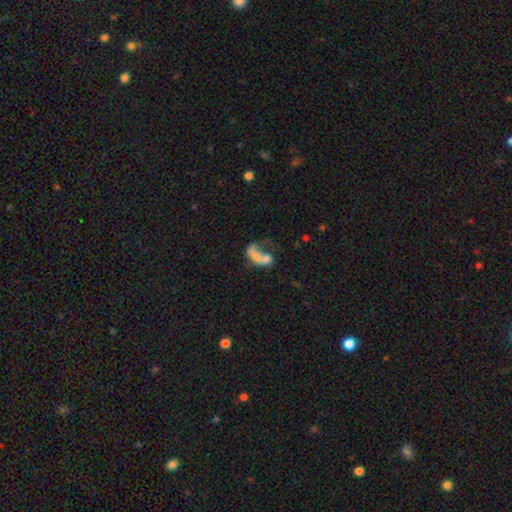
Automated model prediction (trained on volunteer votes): This appears to be a featured or disk galaxy (46%). Merging: merger (48%).